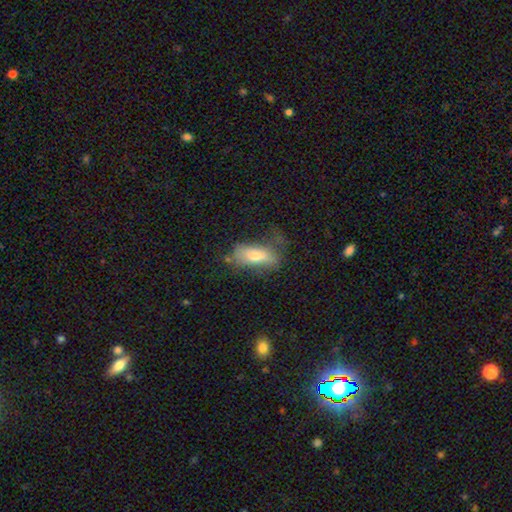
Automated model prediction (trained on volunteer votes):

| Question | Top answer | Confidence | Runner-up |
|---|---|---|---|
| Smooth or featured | smooth | 67% | featured or disk (25%) |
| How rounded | in between | 78% | cigar-shaped (18%) |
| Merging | none | 43% | minor disturbance (30%) |